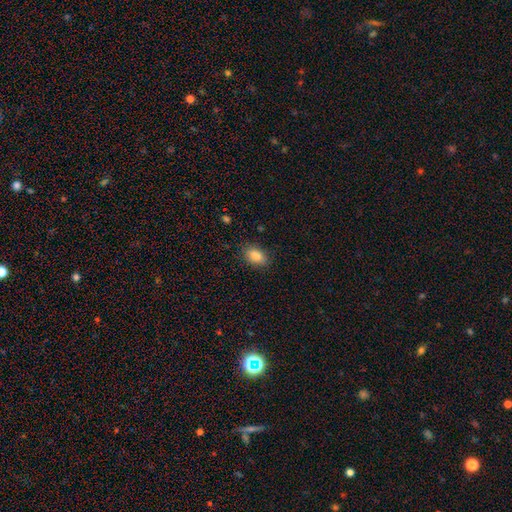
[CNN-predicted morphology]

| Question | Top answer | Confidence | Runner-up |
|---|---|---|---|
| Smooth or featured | smooth | 85% | star or artifact (8%) |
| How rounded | in between | 86% | round (13%) |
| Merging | none | 86% | minor disturbance (11%) |